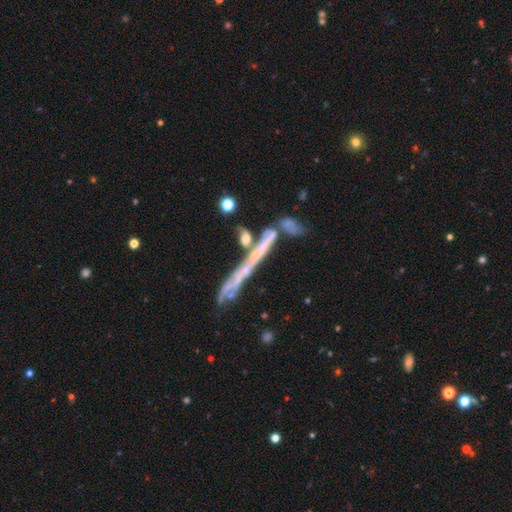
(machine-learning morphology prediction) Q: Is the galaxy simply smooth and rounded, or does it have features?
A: featured or disk — 65%.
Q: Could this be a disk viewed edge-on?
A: yes — 87%.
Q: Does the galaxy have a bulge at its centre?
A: none — 78%.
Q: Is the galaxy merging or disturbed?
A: none — 57%.